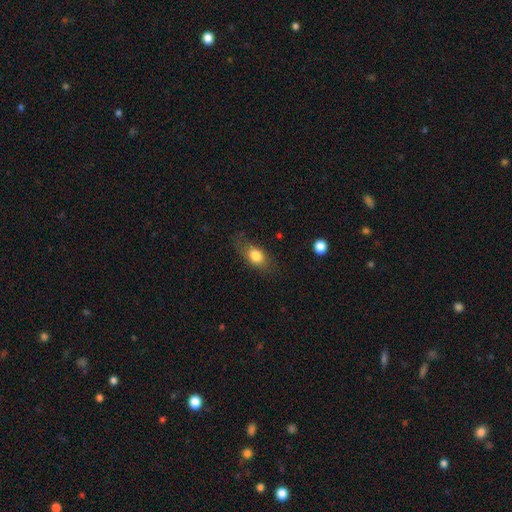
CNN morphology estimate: The model was most divided on "merging": none: 72%, minor disturbance: 19%, major disturbance: 7%, merger: 1%. More confident: smooth or featured — smooth (79%); how rounded — in between (78%).